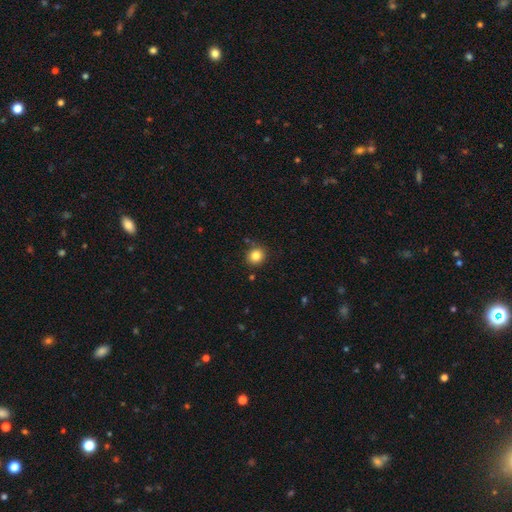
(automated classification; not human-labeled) This appears to be a smooth galaxy with no disk features (84%) that is round (86%). Merging: none (86%).